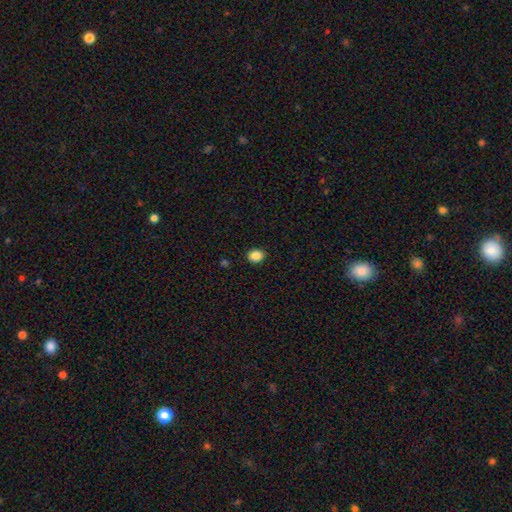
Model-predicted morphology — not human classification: Smooth or featured? smooth (87%)
How rounded? round (60%)
Merging? none (90%)